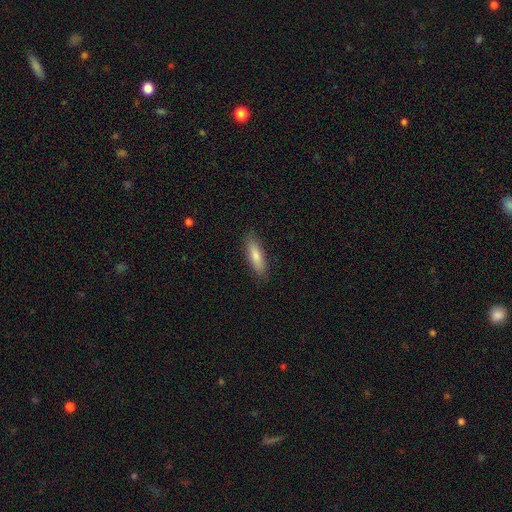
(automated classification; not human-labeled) smooth-or-featured: smooth: 76% | featured or disk: 18% | star or artifact: 6%
  how-rounded: cigar-shaped: 60% | in between: 38% | round: 2%
  merging: none: 86% | minor disturbance: 11% | major disturbance: 2% | merger: 1%